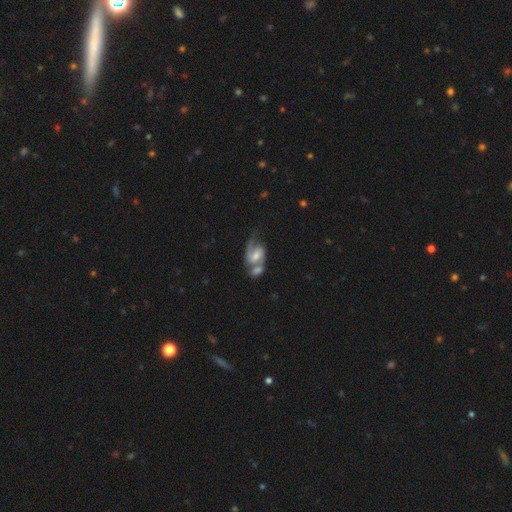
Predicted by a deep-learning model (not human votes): Smooth or featured?
  - featured or disk: 79% *
  - smooth: 15%
  - star or artifact: 6%
Edge-on disk?
  - no: 97% *
  - yes: 3%
Bar?
  - weak: 48% *
  - no: 33%
  - strong: 19%
Spiral arms?
  - yes: 93% *
  - no: 7%
Spiral winding?
  - medium: 50% *
  - loose: 34%
  - tight: 16%
Spiral arm count?
  - 2: 82% *
  - 1: 9%
  - can't tell: 6%
  - 3: 2%
  - 4: 1%
  - more than 4: 1%
Bulge size?
  - moderate: 48% *
  - small: 40%
  - none: 6%
  - large: 5%
  - dominant: 1%
Merging?
  - merger: 50% *
  - none: 28%
  - minor disturbance: 13%
  - major disturbance: 9%